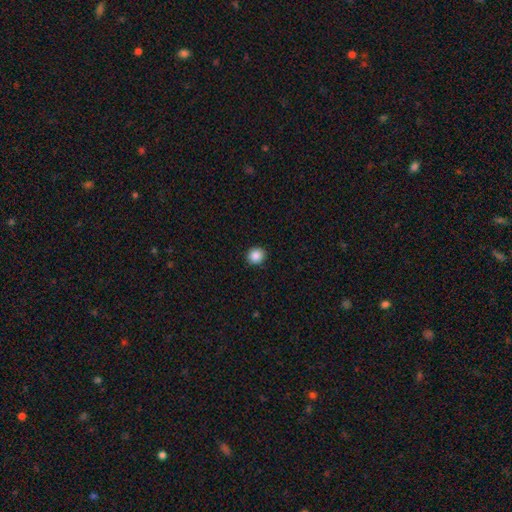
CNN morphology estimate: Q: Smooth or featured?
A: smooth (88%); runner-up: star or artifact (9%)
Q: How rounded?
A: round (88%); runner-up: in between (11%)
Q: Merging?
A: none (92%); runner-up: minor disturbance (5%)